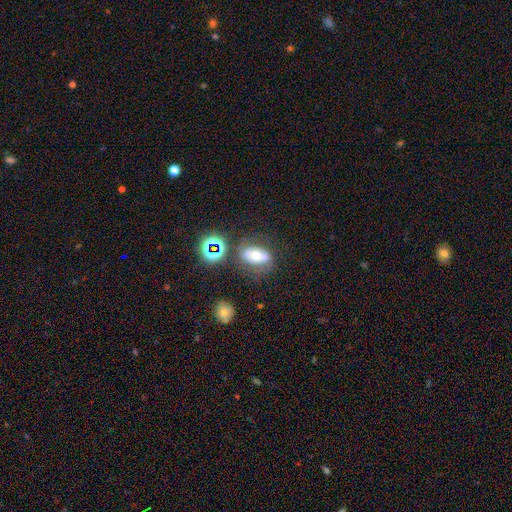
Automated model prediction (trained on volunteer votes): Morphology: type=featured or disk (42%); merging=none (58%).